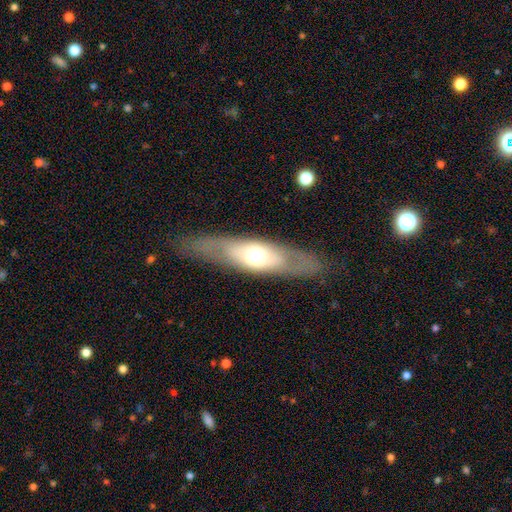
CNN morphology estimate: This appears to be a featured or disk galaxy (50%). Merging: none (81%).